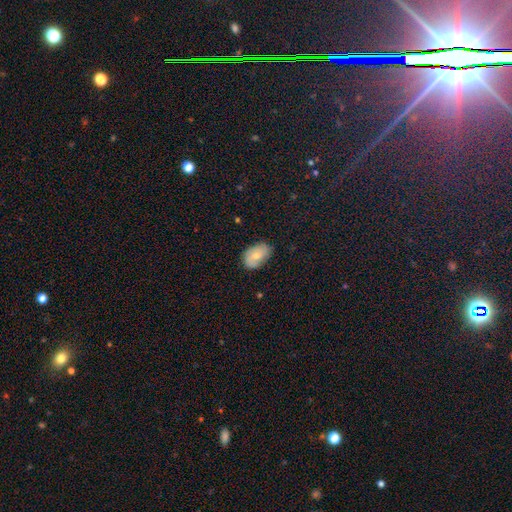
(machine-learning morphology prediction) type=smooth (61%); roundness=in between (87%); merging=none (75%).